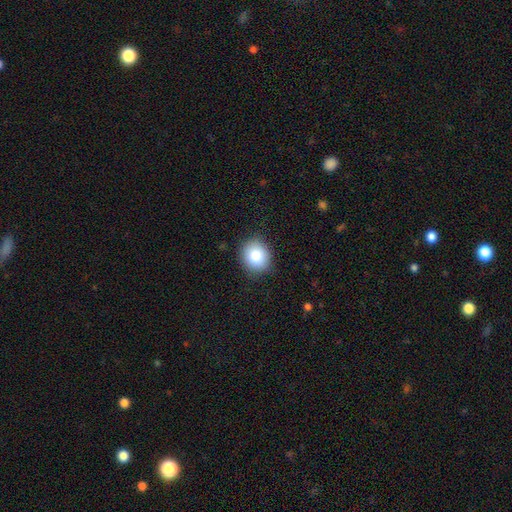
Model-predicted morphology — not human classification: smooth-or-featured: smooth: 85% | star or artifact: 8% | featured or disk: 7%
  how-rounded: round: 74% | in between: 25% | cigar-shaped: 1%
  merging: none: 87% | minor disturbance: 9% | major disturbance: 2% | merger: 1%